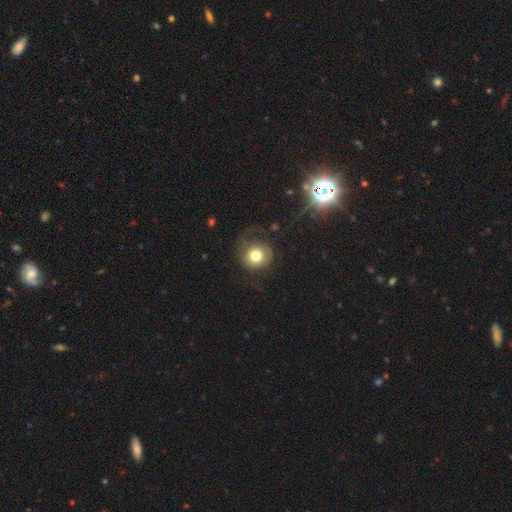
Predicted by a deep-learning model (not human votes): smooth_or_featured: smooth (p=0.69) [alt: featured or disk p=0.20]
how_rounded: round (p=0.86) [alt: in between p=0.14]
merging: none (p=0.53) [alt: major disturbance p=0.25]